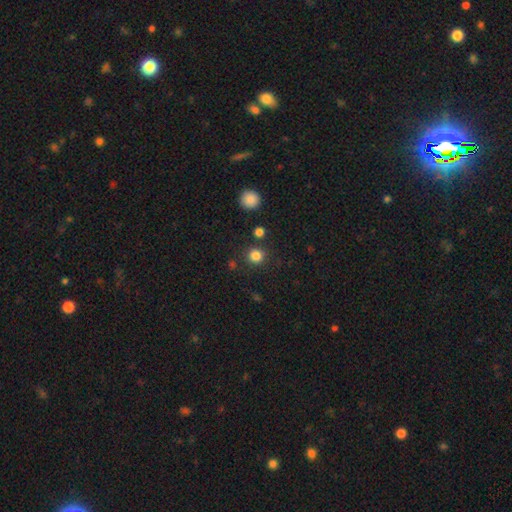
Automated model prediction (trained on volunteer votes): This is clearly a smooth galaxy (83%). How rounded: clearly round (89%). Merging: clearly none (85%).